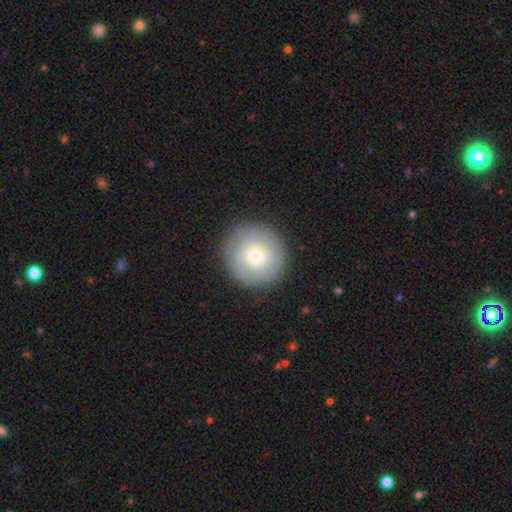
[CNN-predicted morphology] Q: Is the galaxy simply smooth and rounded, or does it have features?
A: featured or disk — 52%.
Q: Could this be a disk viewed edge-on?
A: no — 97%.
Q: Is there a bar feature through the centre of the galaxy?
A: no — 82%.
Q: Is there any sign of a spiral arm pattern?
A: yes — 77%.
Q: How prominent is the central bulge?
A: moderate — 48%.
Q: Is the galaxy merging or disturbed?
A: none — 87%.